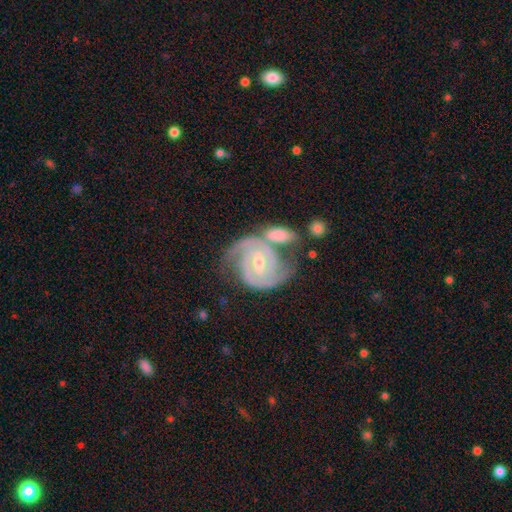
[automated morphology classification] Q: Smooth or featured?
A: featured or disk (87%); runner-up: star or artifact (7%)
Q: Edge-on disk?
A: no (97%); runner-up: yes (3%)
Q: Bar?
A: no (46%); runner-up: weak (38%)
Q: Spiral arms?
A: yes (97%); runner-up: no (3%)
Q: Spiral winding?
A: tight (62%); runner-up: medium (32%)
Q: Spiral arm count?
A: 2 (74%); runner-up: 3 (11%)
Q: Bulge size?
A: small (53%); runner-up: moderate (43%)
Q: Merging?
A: none (53%); runner-up: merger (25%)